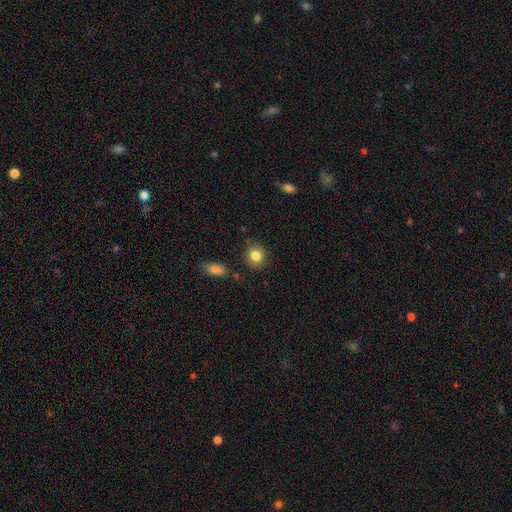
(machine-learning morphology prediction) Smooth or featured? Predicted: smooth (p=0.85). How rounded? Predicted: round (p=0.77). Merging? Predicted: none (p=0.82).